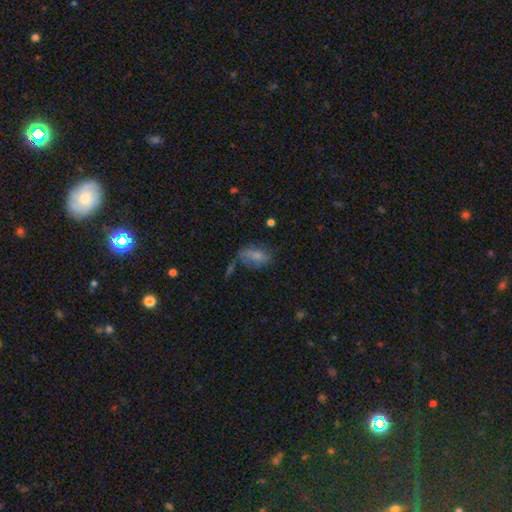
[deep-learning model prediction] smooth 72%, featured or disk 17%, star or artifact 11%. Down the decision tree: how rounded — in between (89%); merging — none (44%).